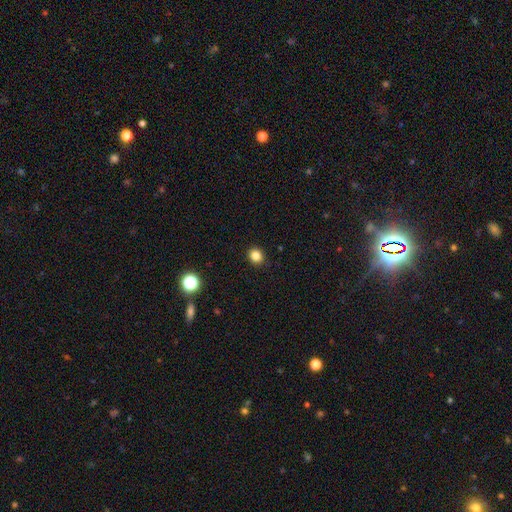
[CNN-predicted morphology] A smooth galaxy with no disk features (84%) that is round (81%). Merging: none (91%).